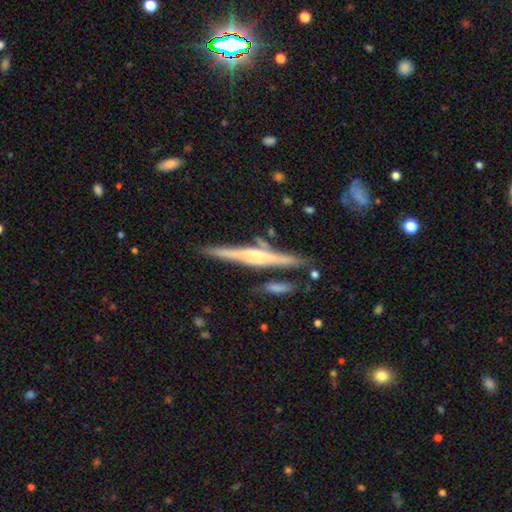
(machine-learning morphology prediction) The model was most divided on "edge-on bulge": rounded: 71%, boxy: 17%, none: 12%. More confident: edge-on disk — yes (98%); merging — none (82%); smooth or featured — featured or disk (75%).